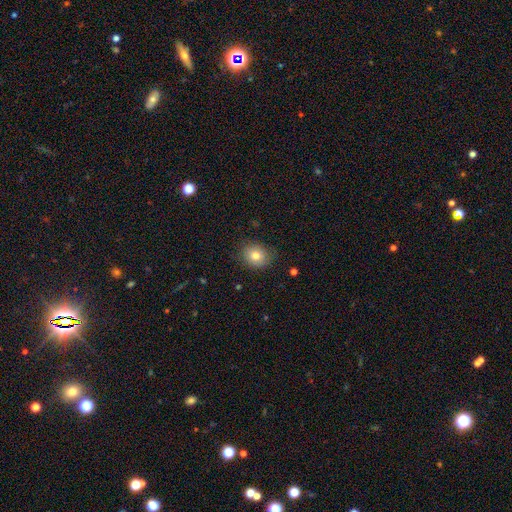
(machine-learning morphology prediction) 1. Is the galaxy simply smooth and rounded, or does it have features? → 78% smooth, 11% featured or disk, 10% star or artifact.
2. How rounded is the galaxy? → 64% round, 35% in between, 1% cigar-shaped.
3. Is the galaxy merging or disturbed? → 80% none, 15% minor disturbance, 3% major disturbance, 1% merger.